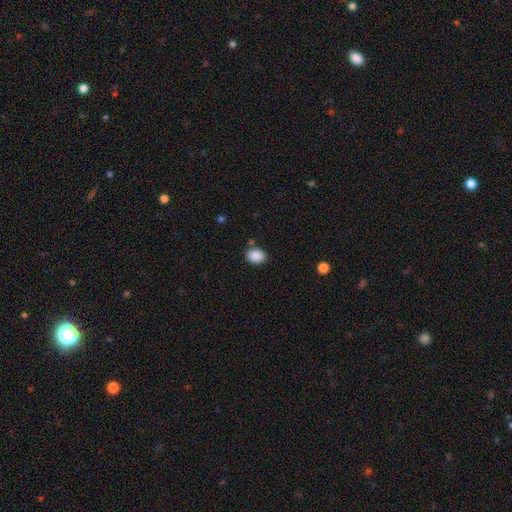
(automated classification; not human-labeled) Smooth or featured? smooth (89%)
How rounded? in between (64%)
Merging? none (80%)